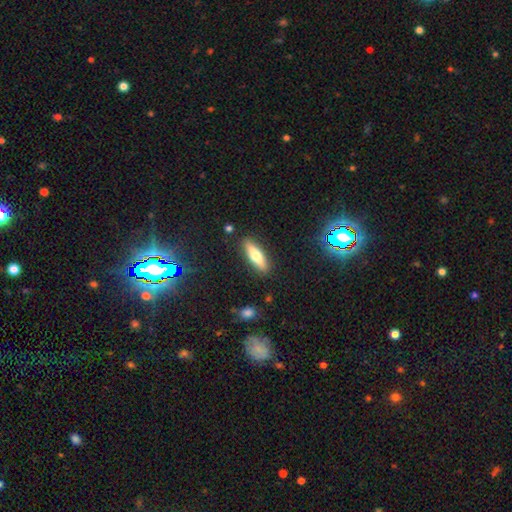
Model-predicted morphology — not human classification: Smooth or featured?
  - smooth: 59% *
  - featured or disk: 34%
  - star or artifact: 7%
How rounded?
  - cigar-shaped: 60% *
  - in between: 37%
  - round: 2%
Merging?
  - none: 88% *
  - minor disturbance: 8%
  - major disturbance: 2%
  - merger: 2%